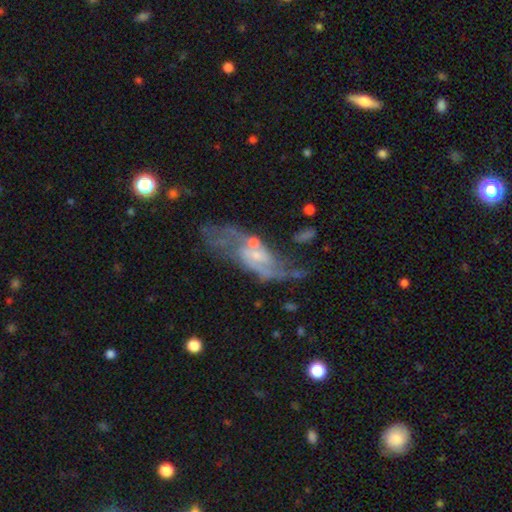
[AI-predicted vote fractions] Smooth or featured?
  - featured or disk: 83% *
  - smooth: 10%
  - star or artifact: 7%
Edge-on disk?
  - no: 93% *
  - yes: 7%
Bar?
  - weak: 45% *
  - no: 40%
  - strong: 15%
Spiral arms?
  - yes: 91% *
  - no: 9%
Spiral winding?
  - loose: 43% *
  - medium: 42%
  - tight: 15%
Spiral arm count?
  - 2: 81% *
  - can't tell: 10%
  - 3: 3%
  - 1: 3%
  - 4: 2%
  - more than 4: 2%
Bulge size?
  - small: 62% *
  - moderate: 25%
  - none: 10%
  - large: 2%
  - dominant: 1%
Merging?
  - none: 48% *
  - minor disturbance: 19%
  - major disturbance: 19%
  - merger: 13%